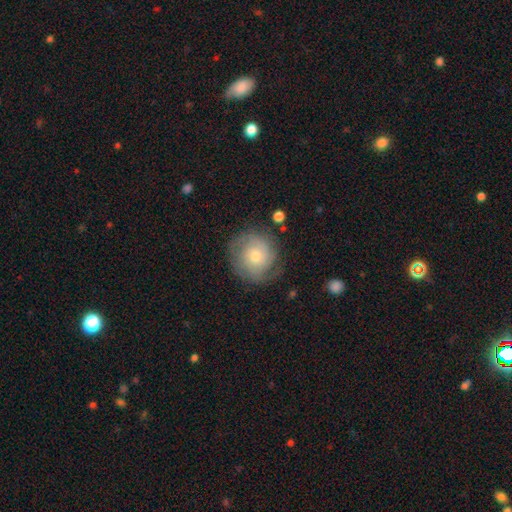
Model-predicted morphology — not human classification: smooth-or-featured: featured or disk: 63% | smooth: 29% | star or artifact: 7%
  disk-edge-on: no: 98% | yes: 2%
    bar: no: 79% | weak: 18% | strong: 3%
    has-spiral-arms: yes: 89% | no: 11%
      spiral-winding: tight: 62% | medium: 28% | loose: 9%
      spiral-arm-count: 2: 35% | can't tell: 31% | 3: 18% | 1: 6% | 4: 5% | more than 4: 4%
    bulge-size: moderate: 48% | small: 47% | large: 3% | none: 1% | dominant: 1%
  merging: none: 77% | minor disturbance: 16% | major disturbance: 6% | merger: 1%